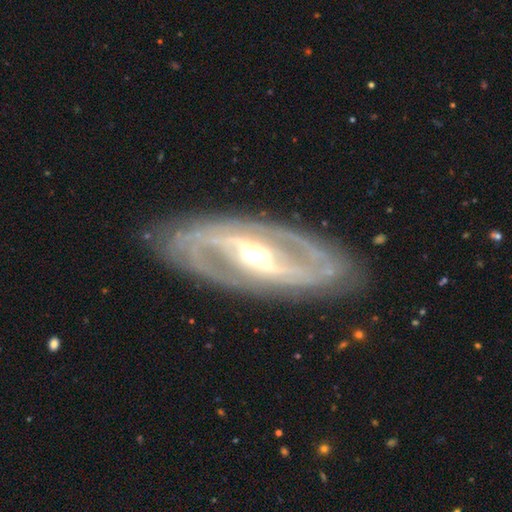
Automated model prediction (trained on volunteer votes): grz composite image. It shows a featured or disk galaxy (88%) with a strong bar (52%), 2 (70%) tight (44%) spiral arms (87%) and a moderate central bulge (67%). Merging: none (80%).